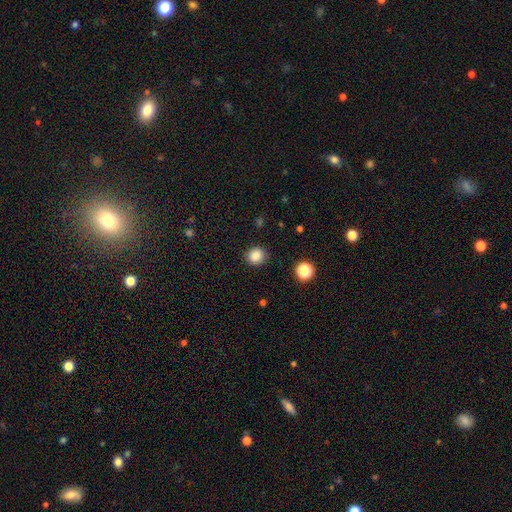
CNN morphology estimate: smooth-or-featured: smooth: 85% | star or artifact: 11% | featured or disk: 4%
  how-rounded: round: 82% | in between: 18% | cigar-shaped: 1%
  merging: none: 89% | minor disturbance: 8% | major disturbance: 2% | merger: 1%